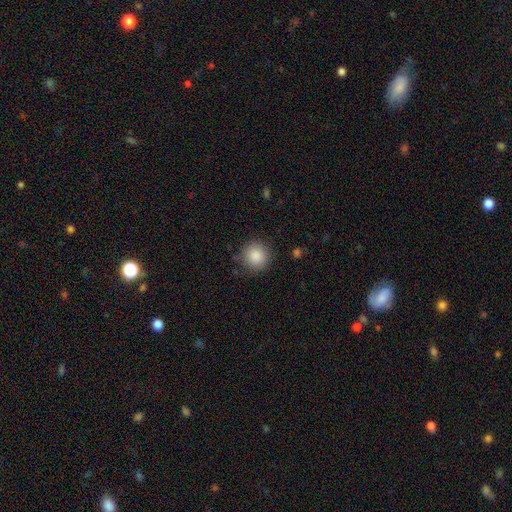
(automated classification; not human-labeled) Smooth or featured: smooth — 87% (star or artifact — 9%)
How rounded: round — 94% (in between — 5%)
Merging: none — 86% (minor disturbance — 9%)